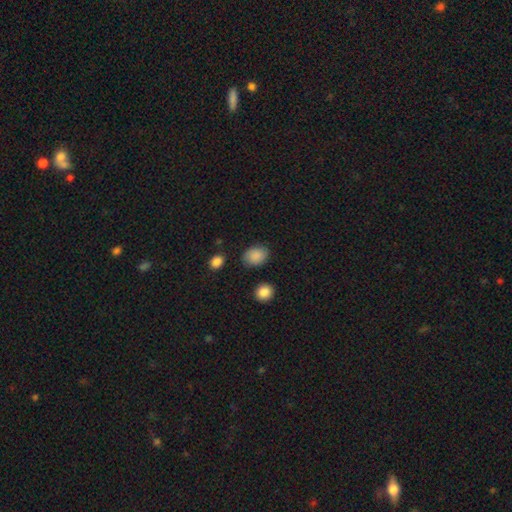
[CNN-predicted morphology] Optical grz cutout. It shows a smooth galaxy with no disk features (85%) that is in between round and cigar-shaped (67%). Merging: none (79%).